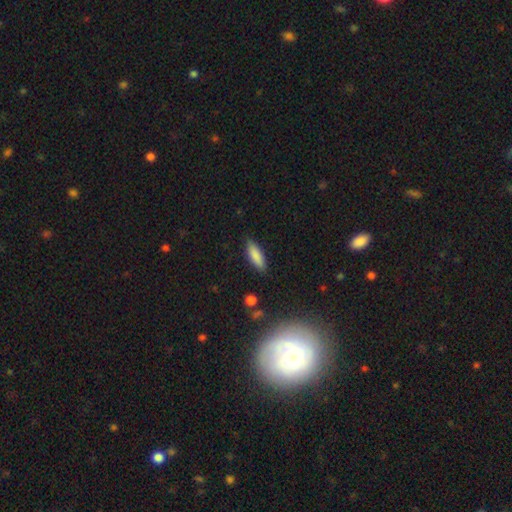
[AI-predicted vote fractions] smooth_or_featured: smooth (p=0.85) [alt: featured or disk p=0.08]
how_rounded: in between (p=0.55) [alt: cigar-shaped p=0.43]
merging: none (p=0.85) [alt: minor disturbance p=0.11]